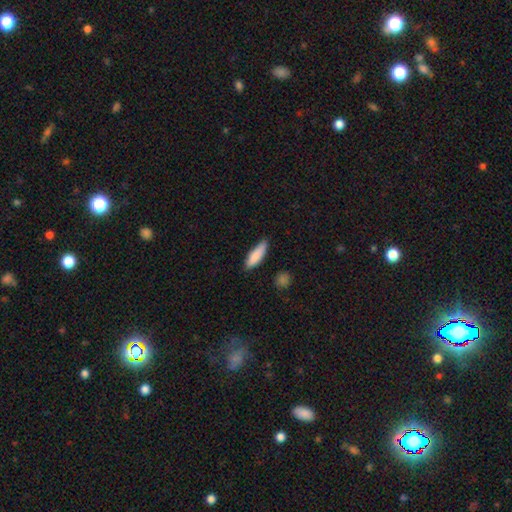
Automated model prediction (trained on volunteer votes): smooth_or_featured: smooth (p=0.86) [alt: featured or disk p=0.08]
how_rounded: cigar-shaped (p=0.53) [alt: in between p=0.46]
merging: none (p=0.79) [alt: minor disturbance p=0.16]